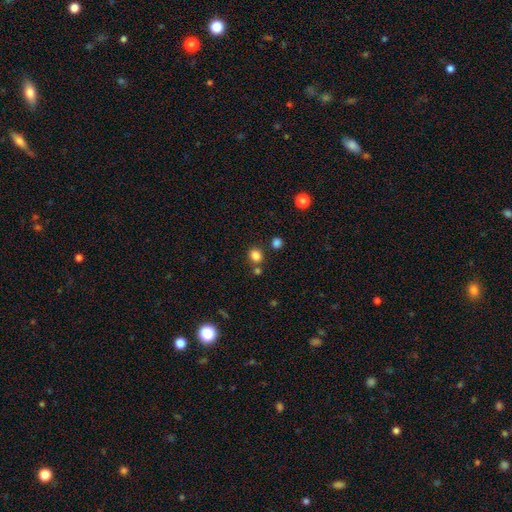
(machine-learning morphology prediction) Smooth or featured: smooth — 82% (star or artifact — 13%)
How rounded: round — 75% (in between — 25%)
Merging: none — 74% (merger — 13%)